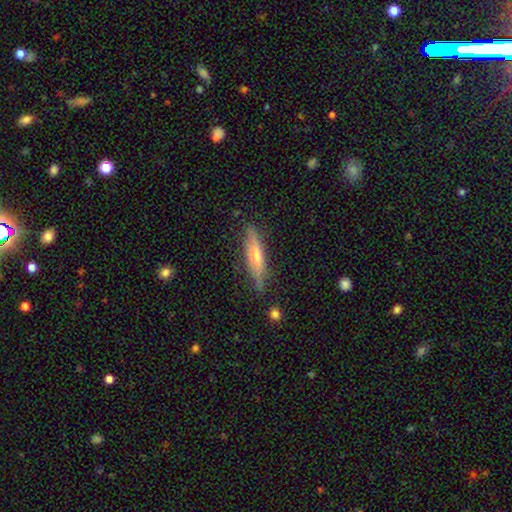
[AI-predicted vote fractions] This is possibly a featured or disk galaxy (50%). It is clearly viewed edge-on (89%). Merging: clearly none (81%).